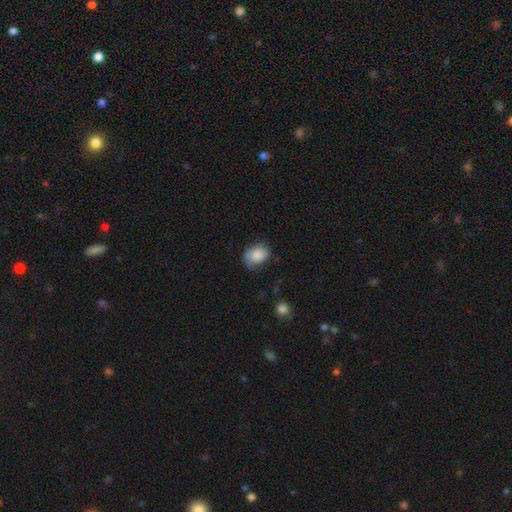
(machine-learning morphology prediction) Smooth or featured? smooth (85%)
How rounded? in between (68%)
Merging? none (63%)